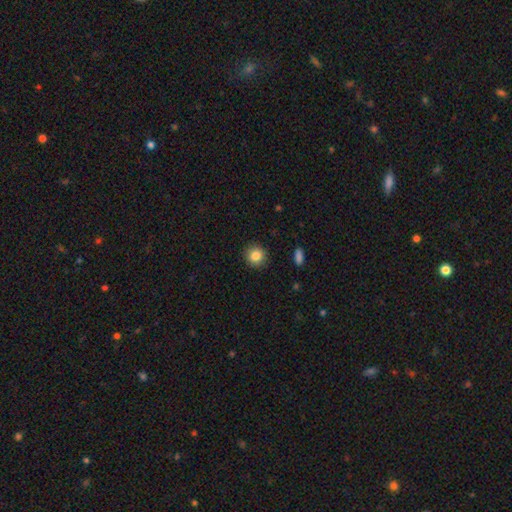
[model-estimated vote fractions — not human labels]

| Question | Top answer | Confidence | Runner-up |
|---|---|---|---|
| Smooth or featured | smooth | 85% | star or artifact (9%) |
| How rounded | round | 87% | in between (12%) |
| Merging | none | 90% | minor disturbance (7%) |